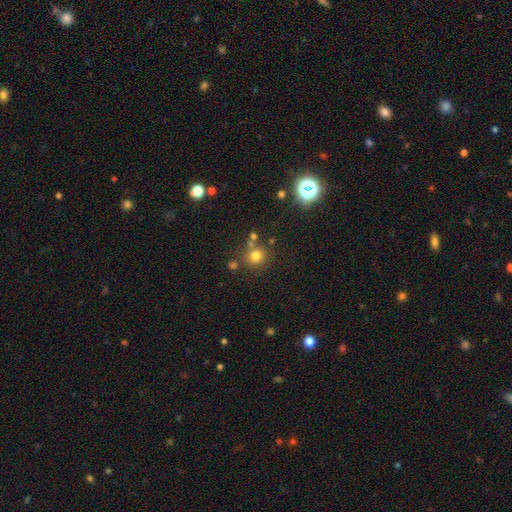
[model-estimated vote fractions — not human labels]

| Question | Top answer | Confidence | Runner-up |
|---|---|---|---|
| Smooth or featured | smooth | 73% | star or artifact (18%) |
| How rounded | round | 90% | in between (9%) |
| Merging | none | 71% | merger (14%) |